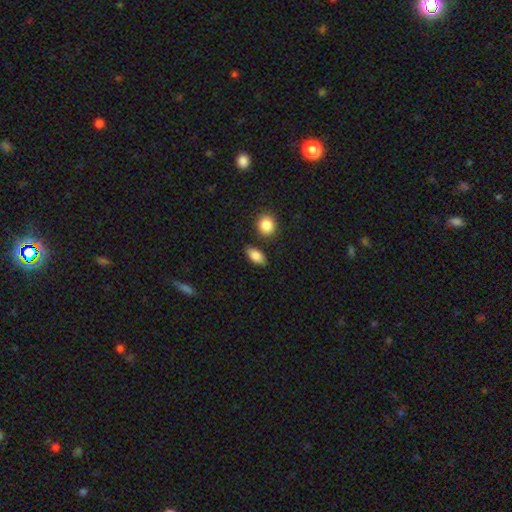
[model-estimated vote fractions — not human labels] smooth_or_featured: smooth (p=0.84) [alt: featured or disk p=0.08]
how_rounded: in between (p=0.87) [alt: round p=0.07]
merging: none (p=0.82) [alt: minor disturbance p=0.11]